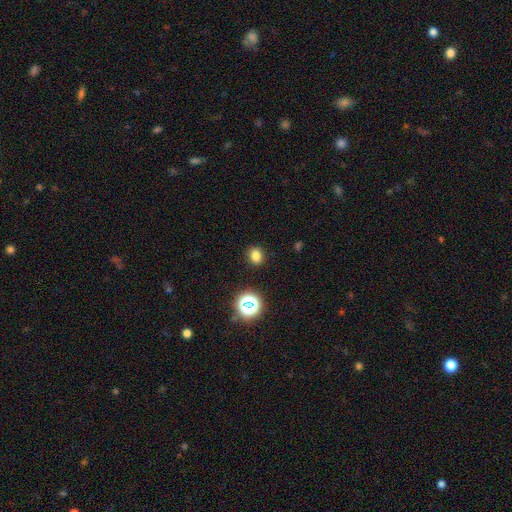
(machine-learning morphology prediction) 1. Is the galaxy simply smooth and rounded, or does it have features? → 78% smooth, 17% star or artifact, 5% featured or disk.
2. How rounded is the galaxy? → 58% round, 41% in between, 1% cigar-shaped.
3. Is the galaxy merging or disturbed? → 89% none, 7% minor disturbance, 3% major disturbance, 1% merger.